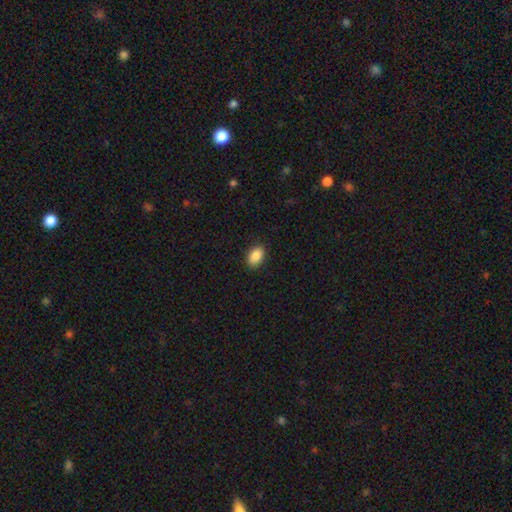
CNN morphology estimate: A smooth galaxy with no disk features (88%) that is in between round and cigar-shaped (89%).

Vote fractions:
- Smooth or featured? smooth: 88% / star or artifact: 7% / featured or disk: 4%
- How rounded? in between: 89% / round: 10% / cigar-shaped: 1%
- Merging? none: 88% / minor disturbance: 9% / major disturbance: 2% / merger: 1%